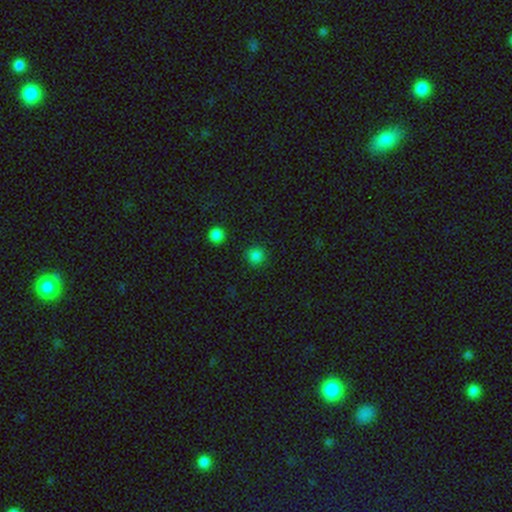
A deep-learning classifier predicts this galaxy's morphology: smooth_or_featured: smooth (p=0.82) [alt: star or artifact p=0.15]
how_rounded: round (p=0.94) [alt: in between p=0.05]
merging: none (p=0.90) [alt: minor disturbance p=0.06]